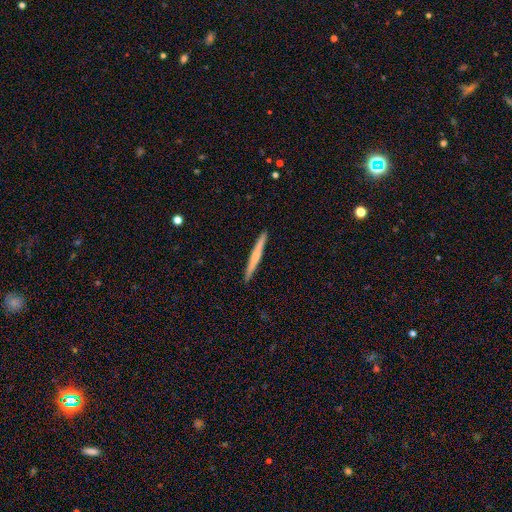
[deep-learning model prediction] Morphology: type=smooth (51%); roundness=cigar-shaped (97%); merging=none (93%).